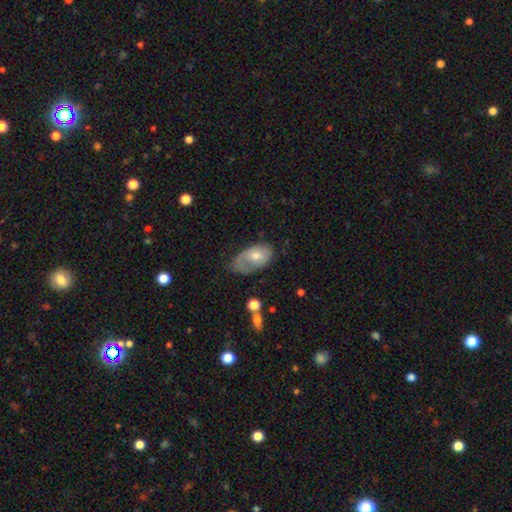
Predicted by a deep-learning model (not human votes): smooth 53%, featured or disk 40%, star or artifact 7%. Down the decision tree: how rounded — in between (91%); merging — none (40%).